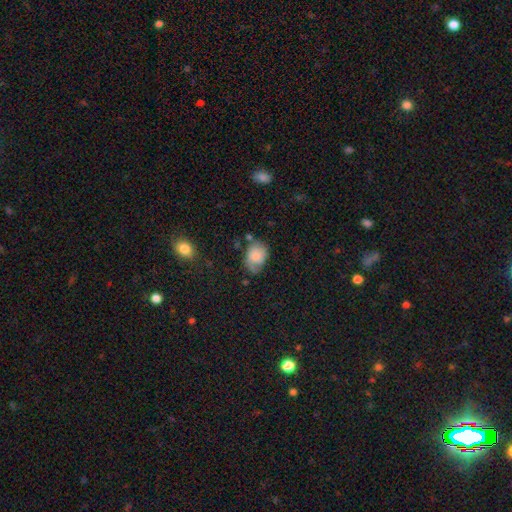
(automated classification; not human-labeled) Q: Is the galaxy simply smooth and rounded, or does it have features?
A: smooth — 75%.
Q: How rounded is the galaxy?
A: in between — 72%.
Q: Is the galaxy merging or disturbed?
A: none — 47%.